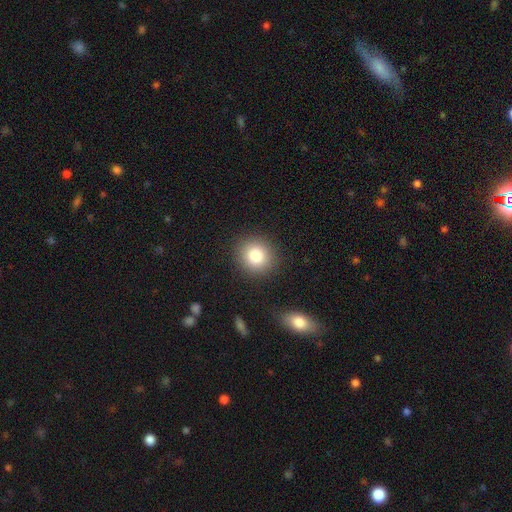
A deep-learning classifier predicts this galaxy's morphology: A smooth galaxy with no disk features (81%) that is round (88%).

Vote fractions:
- Smooth or featured? smooth: 81% / star or artifact: 11% / featured or disk: 8%
- How rounded? round: 88% / in between: 11% / cigar-shaped: 1%
- Merging? none: 89% / minor disturbance: 7% / major disturbance: 3% / merger: 2%